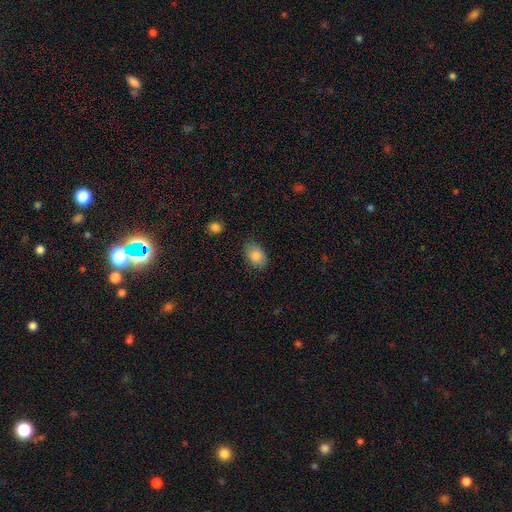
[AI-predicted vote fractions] A smooth galaxy with no disk features (85%) that is in between round and cigar-shaped (86%). Merging: none (81%).